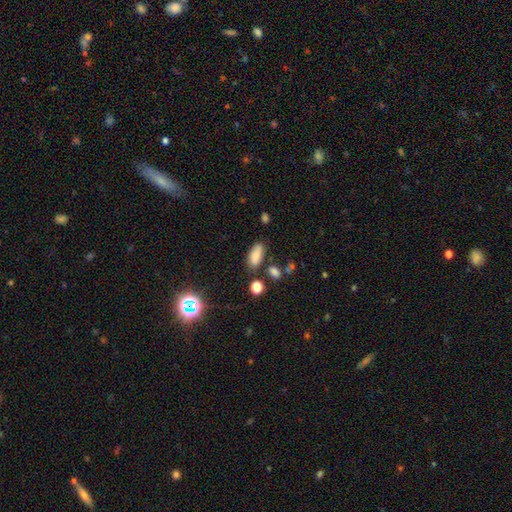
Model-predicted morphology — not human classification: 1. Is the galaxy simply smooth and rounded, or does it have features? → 83% smooth, 11% star or artifact, 6% featured or disk.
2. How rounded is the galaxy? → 84% in between, 12% cigar-shaped, 4% round.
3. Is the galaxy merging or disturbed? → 73% none, 15% minor disturbance, 7% merger, 4% major disturbance.